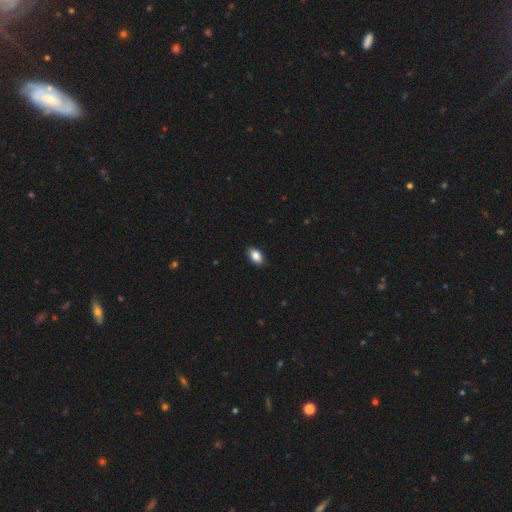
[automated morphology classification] The model was most divided on "smooth or featured": smooth: 86%, star or artifact: 8%, featured or disk: 6%. More confident: how rounded — in between (90%); merging — none (89%).